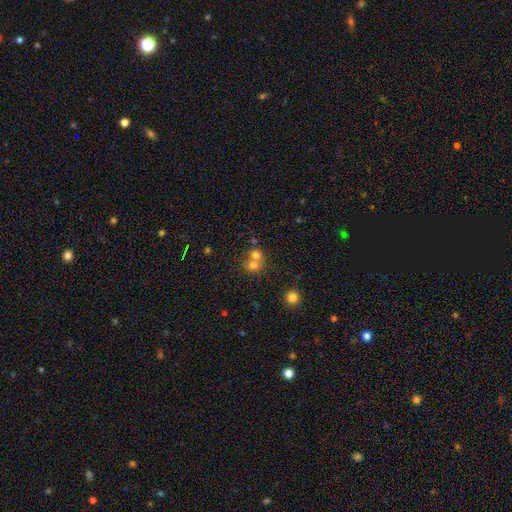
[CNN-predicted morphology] Smooth or featured?
  - smooth: 70% *
  - star or artifact: 15%
  - featured or disk: 14%
How rounded?
  - round: 77% *
  - in between: 22%
  - cigar-shaped: 1%
Merging?
  - merger: 56% *
  - none: 36%
  - minor disturbance: 6%
  - major disturbance: 3%